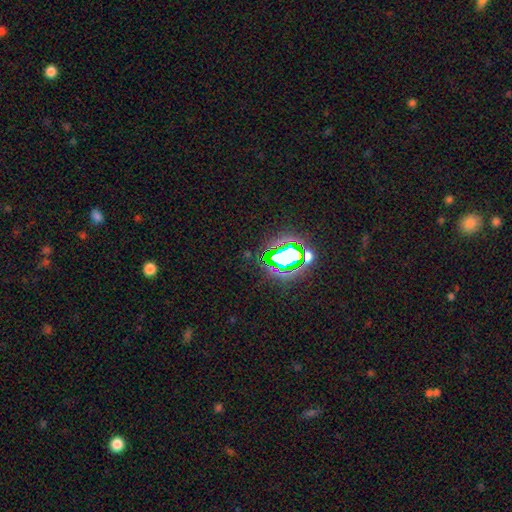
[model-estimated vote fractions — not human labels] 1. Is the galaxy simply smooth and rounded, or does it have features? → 80% star or artifact, 13% smooth, 7% featured or disk.